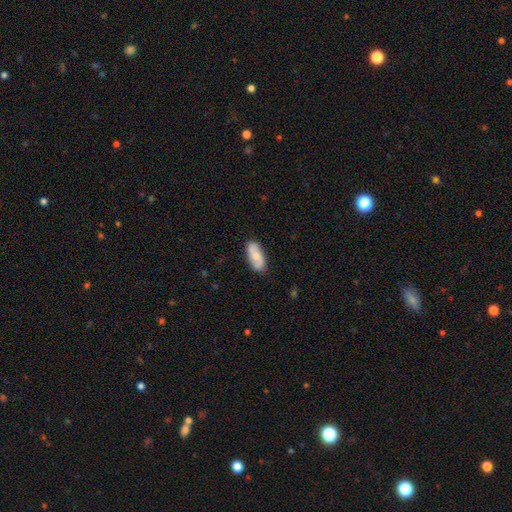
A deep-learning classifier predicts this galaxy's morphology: This is possibly a smooth galaxy (59%). How rounded: clearly in between (84%). Merging: clearly none (83%).